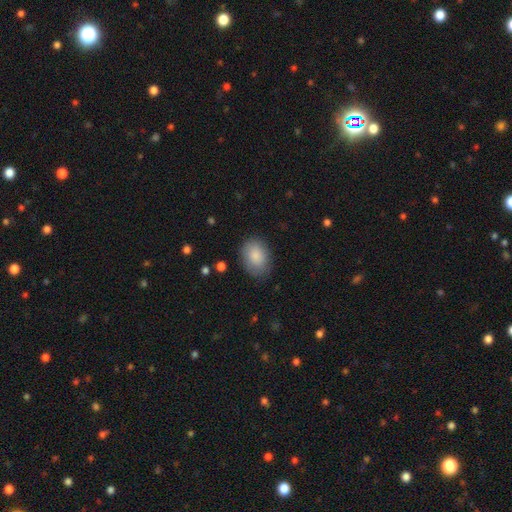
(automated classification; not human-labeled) The model was most divided on "how rounded": in between: 77%, round: 22%, cigar-shaped: 1%. More confident: smooth or featured — smooth (86%); merging — none (80%).